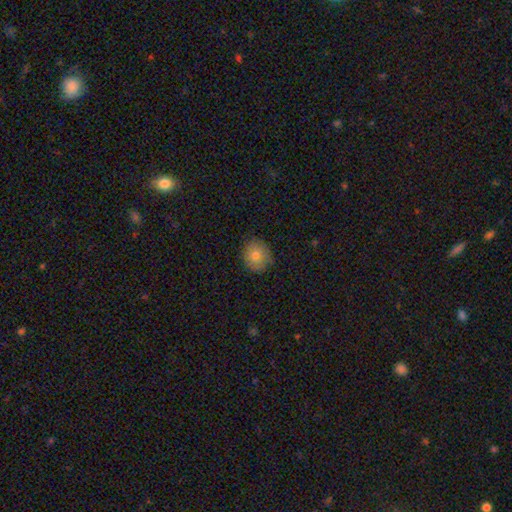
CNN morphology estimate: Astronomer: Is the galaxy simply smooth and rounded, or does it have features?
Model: smooth — 79%.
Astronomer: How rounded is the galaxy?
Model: round — 83%.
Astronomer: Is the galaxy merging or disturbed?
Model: none — 86%.